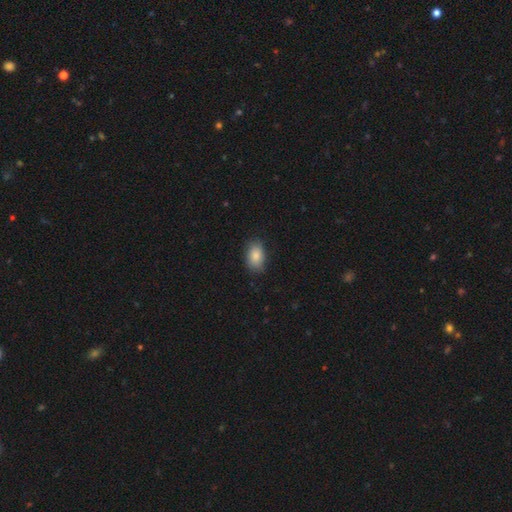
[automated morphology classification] smooth_or_featured: smooth (p=0.86) [alt: featured or disk p=0.07]
how_rounded: in between (p=0.88) [alt: round p=0.10]
merging: none (p=0.80) [alt: minor disturbance p=0.16]